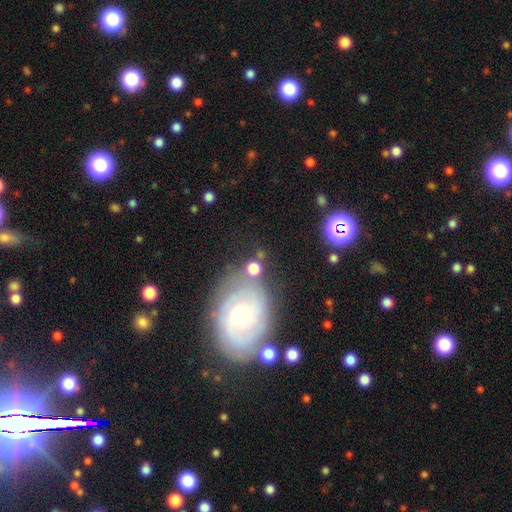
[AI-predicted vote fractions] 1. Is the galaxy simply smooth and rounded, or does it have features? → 54% featured or disk, 24% star or artifact, 22% smooth.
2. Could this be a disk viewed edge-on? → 92% no, 8% yes.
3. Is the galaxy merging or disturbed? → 75% none, 16% minor disturbance, 6% major disturbance, 4% merger.